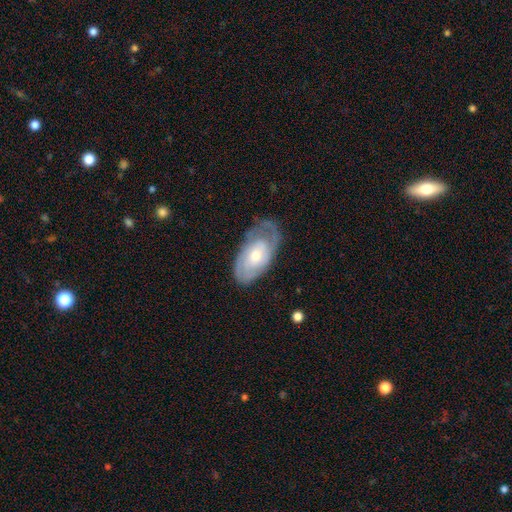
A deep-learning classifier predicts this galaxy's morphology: The model was most divided on "spiral arm count": can't tell: 42%, 2: 35%, 1: 13%, 3: 6%, 4: 2%, more than 4: 2%. More confident: edge-on disk — no (93%); spiral arms — yes (82%); smooth or featured — featured or disk (70%); bar — no (70%); spiral winding — tight (62%); merging — none (59%); bulge size — moderate (53%).